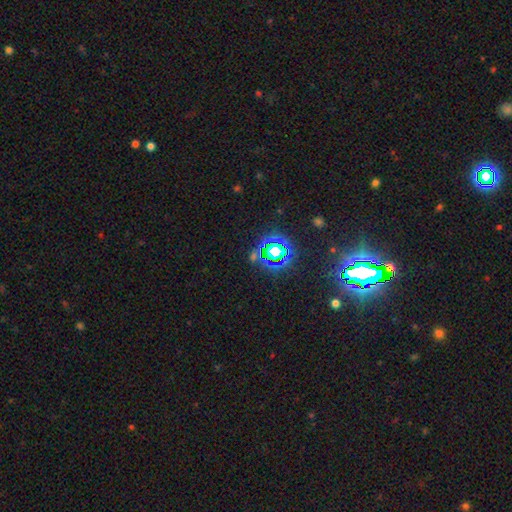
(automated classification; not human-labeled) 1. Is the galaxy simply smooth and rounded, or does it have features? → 79% star or artifact, 13% smooth, 8% featured or disk.